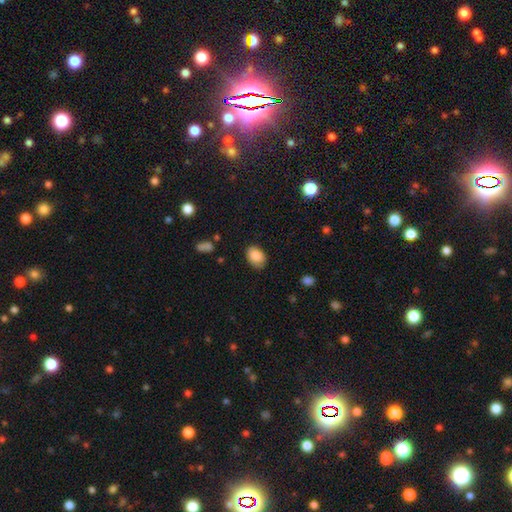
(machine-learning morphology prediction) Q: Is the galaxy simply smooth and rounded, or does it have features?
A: smooth — 87%.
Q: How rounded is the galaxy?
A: in between — 83%.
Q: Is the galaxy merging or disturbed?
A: none — 77%.